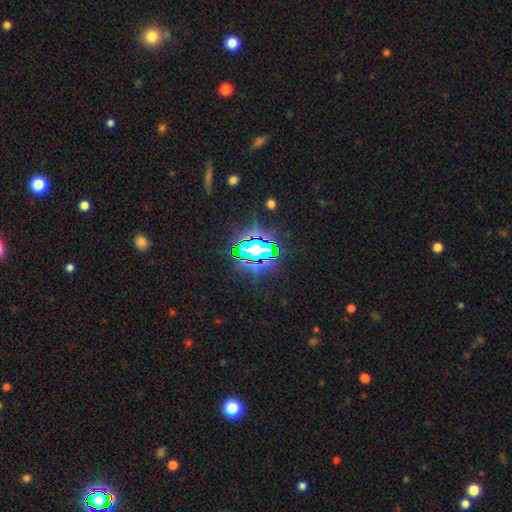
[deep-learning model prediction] A star or artifact, not a galaxy (75%).

Vote fractions:
- Smooth or featured? star or artifact: 75% / smooth: 14% / featured or disk: 11%